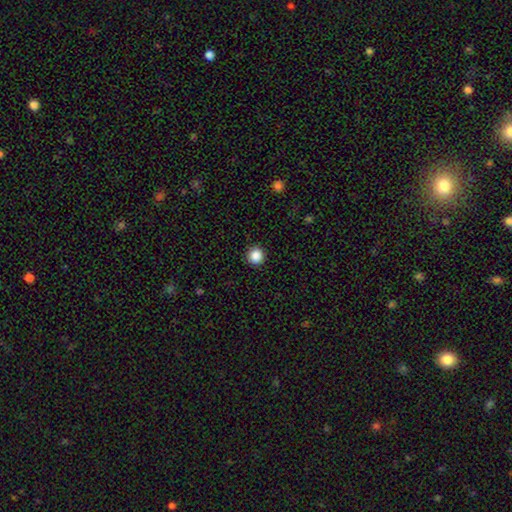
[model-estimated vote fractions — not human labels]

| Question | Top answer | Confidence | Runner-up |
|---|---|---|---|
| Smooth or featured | smooth | 87% | star or artifact (10%) |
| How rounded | round | 95% | in between (4%) |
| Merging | none | 92% | minor disturbance (5%) |